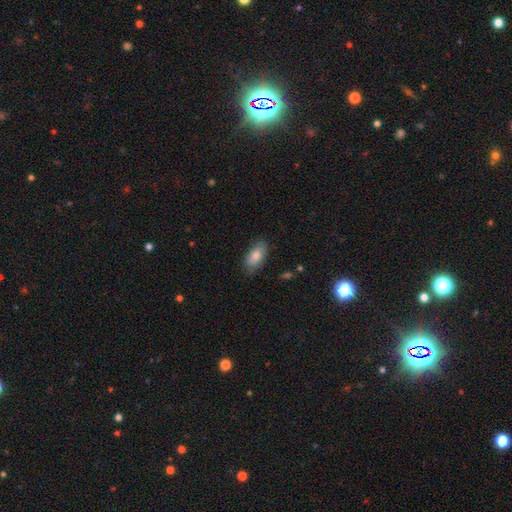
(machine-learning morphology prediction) This appears to be a smooth galaxy with no disk features (78%) that is in between round and cigar-shaped (90%). Merging: none (81%).